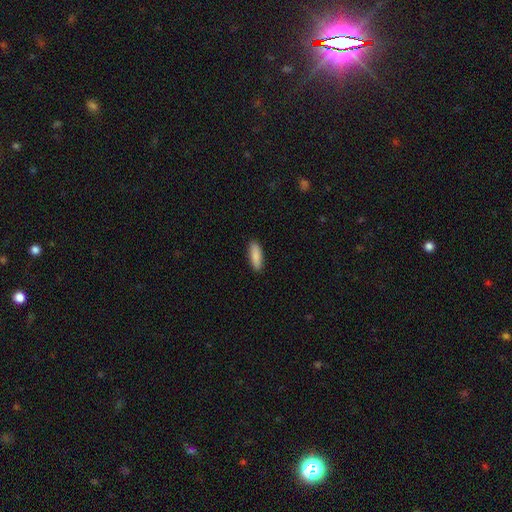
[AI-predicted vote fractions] A smooth galaxy with no disk features (89%) that is in between round and cigar-shaped (61%).

Vote fractions:
- Smooth or featured? smooth: 89% / star or artifact: 6% / featured or disk: 5%
- How rounded? in between: 61% / cigar-shaped: 37% / round: 2%
- Merging? none: 90% / minor disturbance: 7% / major disturbance: 2% / merger: 1%